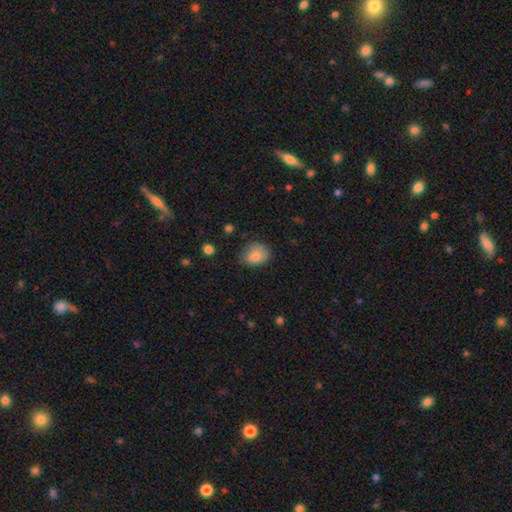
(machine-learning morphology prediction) This is clearly a smooth galaxy (85%). How rounded: possibly in between (52%). Merging: likely none (67%).